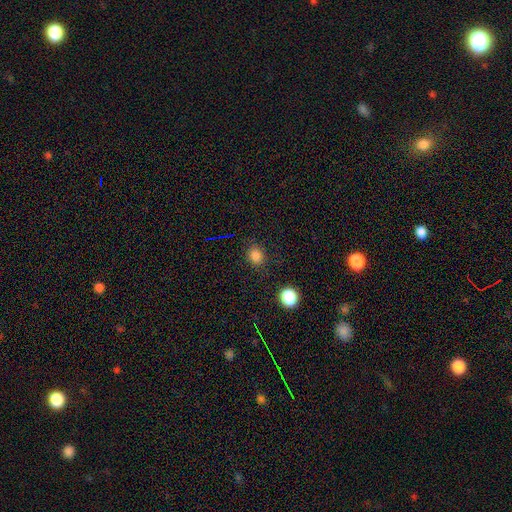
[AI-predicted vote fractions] Smooth or featured? Predicted: smooth (p=0.82). How rounded? Predicted: round (p=0.67). Merging? Predicted: none (p=0.85).